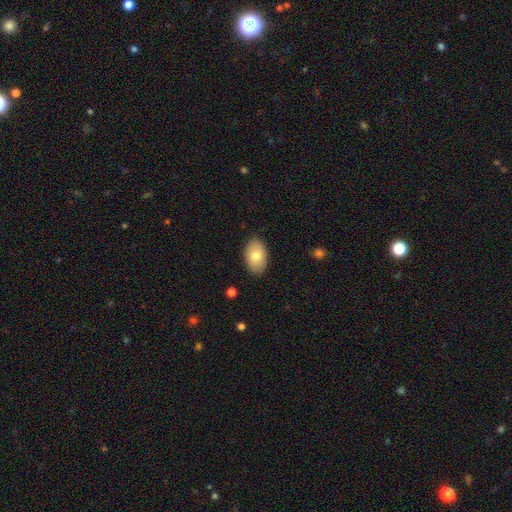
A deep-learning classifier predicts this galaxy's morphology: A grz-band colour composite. It shows a smooth galaxy with no disk features (79%) that is in between round and cigar-shaped (92%). Merging: none (86%).